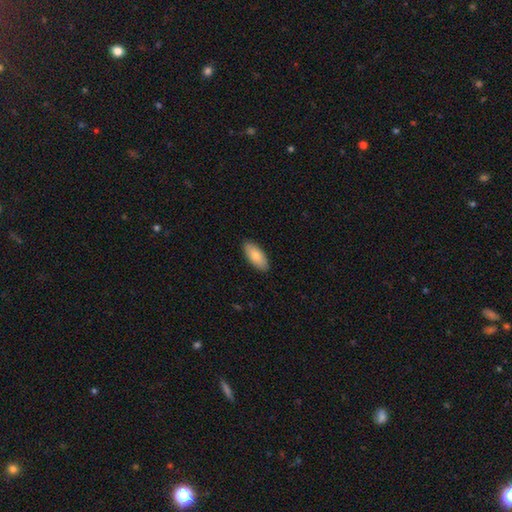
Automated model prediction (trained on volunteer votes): Morphology: type=smooth (82%); roundness=in between (87%); merging=none (89%).